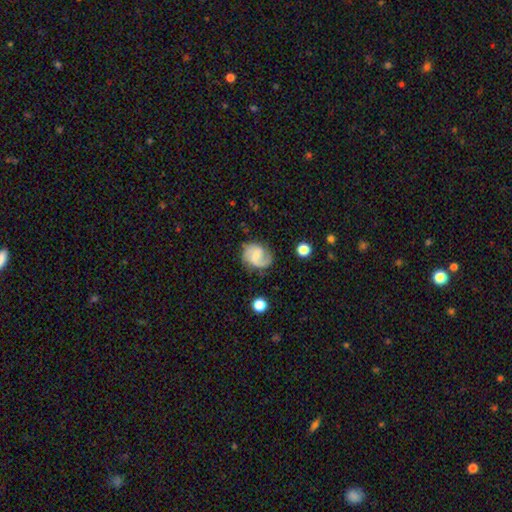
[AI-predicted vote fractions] featured or disk 78%, smooth 16%, star or artifact 6%. Down the decision tree: edge-on disk — no (98%); bar — weak (53%); spiral arms — yes (96%); spiral arm count — 2 (83%); spiral winding — medium (50%); bulge size — small (55%); merging — none (72%).